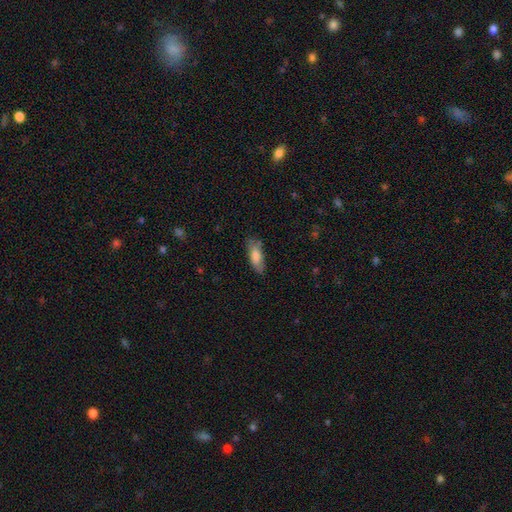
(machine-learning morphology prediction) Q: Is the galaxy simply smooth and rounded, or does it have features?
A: smooth — 76%.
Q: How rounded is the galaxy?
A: in between — 69%.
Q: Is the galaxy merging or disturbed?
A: none — 75%.